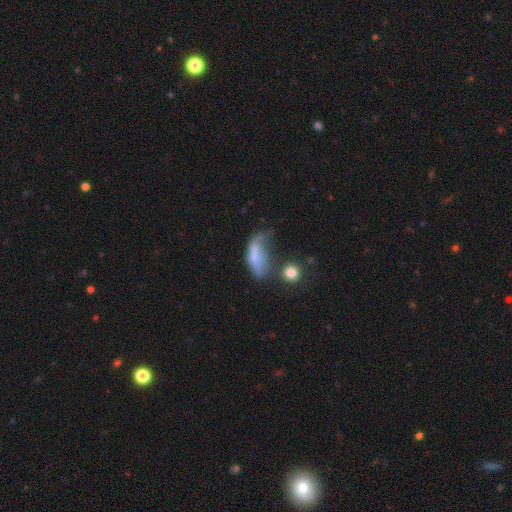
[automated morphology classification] The model was most divided on "merging": major disturbance: 38%, minor disturbance: 27%, none: 22%, merger: 12%. More confident: how rounded — in between (69%); smooth or featured — smooth (58%).